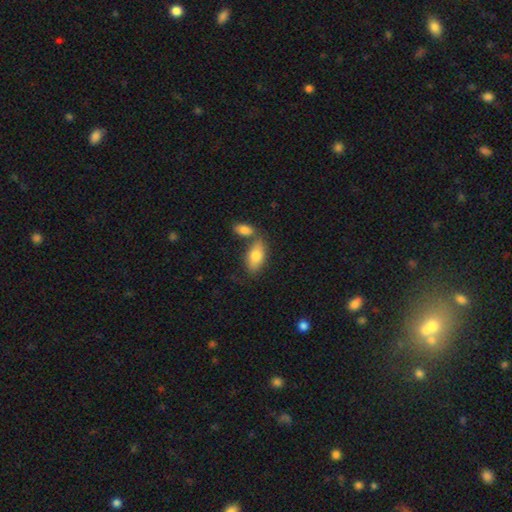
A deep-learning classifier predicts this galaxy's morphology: Overall: smooth (79%). How rounded: in between (90%). Merging: none (57%; merger 27%).